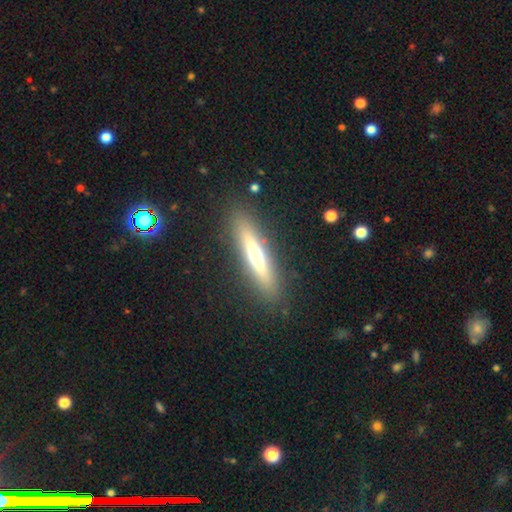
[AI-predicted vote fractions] This is possibly a featured or disk galaxy (51%). It is clearly viewed edge-on (90%). Merging: clearly none (89%).